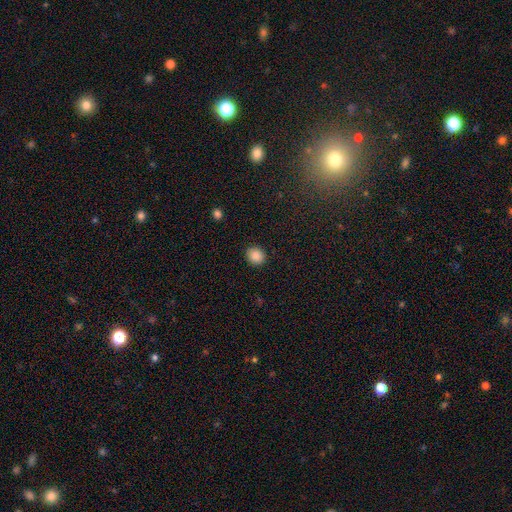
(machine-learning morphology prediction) Smooth or featured: smooth — 88% (star or artifact — 9%)
How rounded: round — 80% (in between — 19%)
Merging: none — 91% (minor disturbance — 6%)